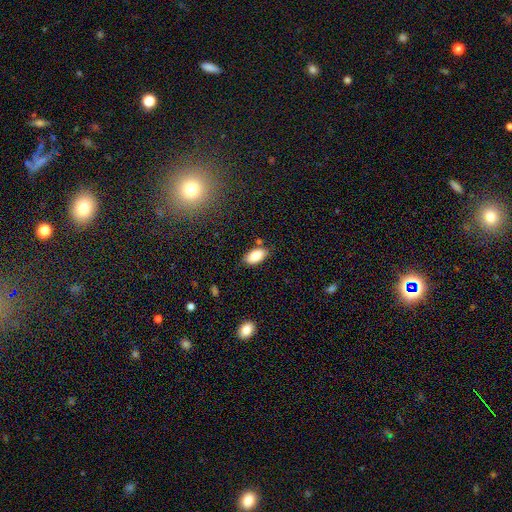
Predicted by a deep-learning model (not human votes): smooth 80%, featured or disk 12%, star or artifact 8%. Down the decision tree: how rounded — in between (93%); merging — none (79%).